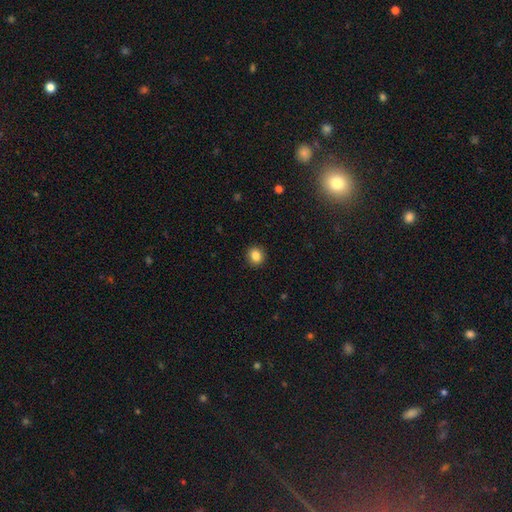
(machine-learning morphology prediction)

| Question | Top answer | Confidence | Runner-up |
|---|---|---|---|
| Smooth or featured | smooth | 85% | star or artifact (10%) |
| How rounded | round | 80% | in between (19%) |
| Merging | none | 91% | minor disturbance (6%) |